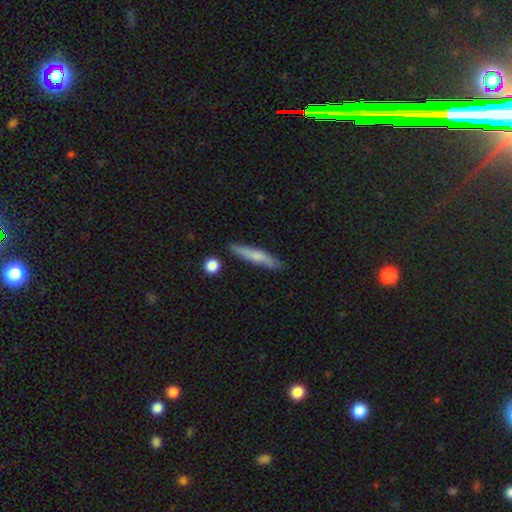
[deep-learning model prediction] smooth_or_featured: smooth (p=0.66) [alt: featured or disk p=0.28]
how_rounded: cigar-shaped (p=0.90) [alt: in between p=0.08]
merging: none (p=0.85) [alt: minor disturbance p=0.10]